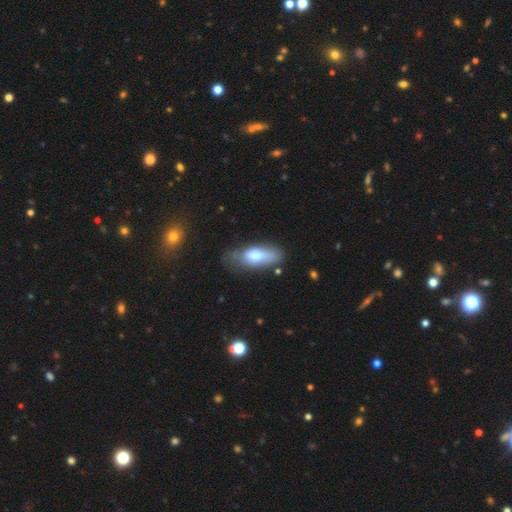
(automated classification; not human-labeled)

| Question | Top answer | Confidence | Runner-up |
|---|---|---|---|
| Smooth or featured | smooth | 72% | featured or disk (21%) |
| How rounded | in between | 75% | cigar-shaped (23%) |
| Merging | none | 49% | minor disturbance (31%) |